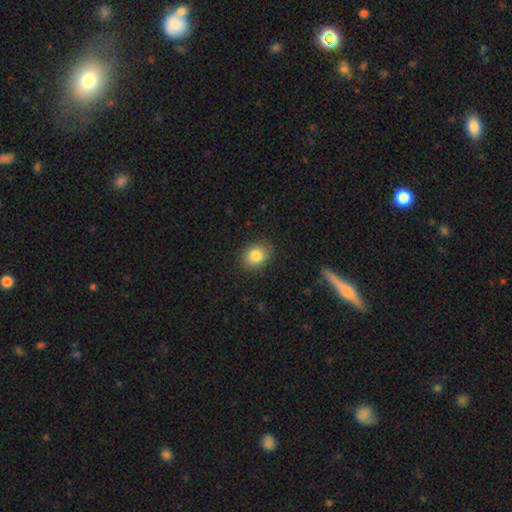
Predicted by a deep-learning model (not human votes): This appears to be a smooth galaxy with no disk features (83%) that is round (55%). Merging: none (88%).